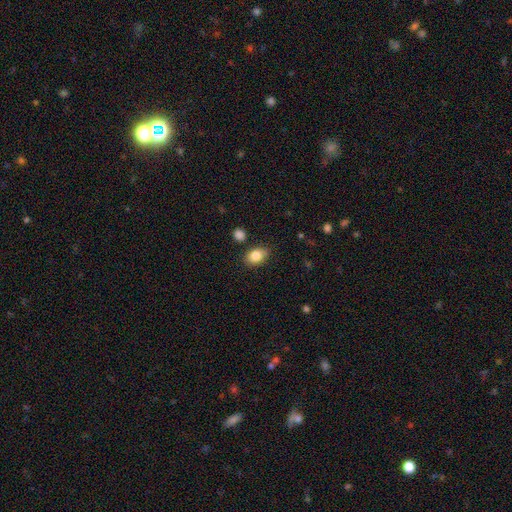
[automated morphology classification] Smooth or featured?
  - smooth: 84% *
  - star or artifact: 9%
  - featured or disk: 8%
How rounded?
  - in between: 73% *
  - round: 26%
  - cigar-shaped: 1%
Merging?
  - none: 79% *
  - minor disturbance: 14%
  - merger: 4%
  - major disturbance: 3%